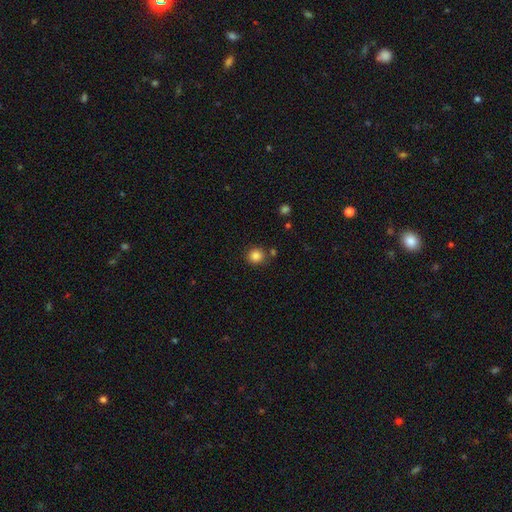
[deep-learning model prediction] The model was most divided on "merging": none: 82%, minor disturbance: 9%, merger: 7%, major disturbance: 3%. More confident: how rounded — round (91%); smooth or featured — smooth (85%).